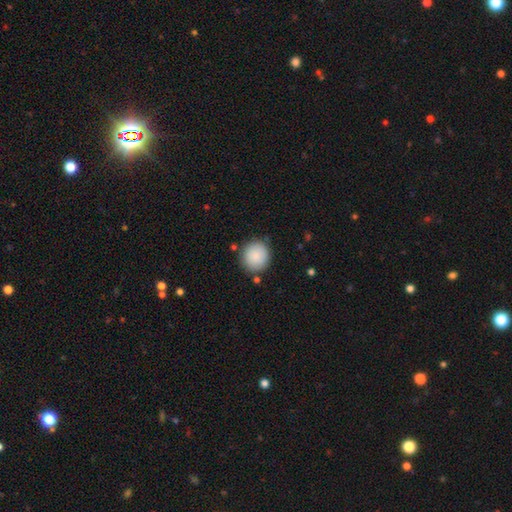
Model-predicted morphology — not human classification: Smooth or featured? smooth (89%)
How rounded? round (90%)
Merging? none (85%)